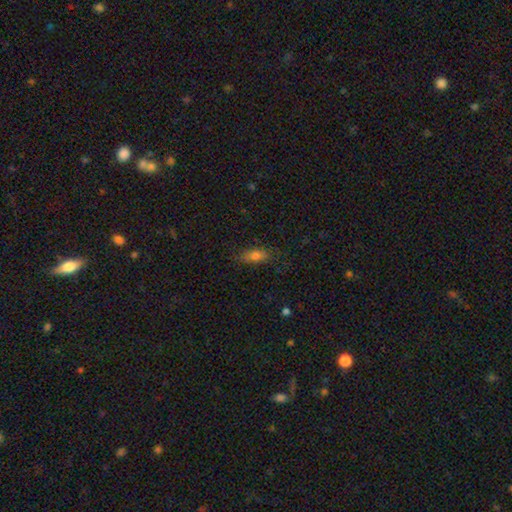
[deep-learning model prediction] Q: Smooth or featured?
A: smooth (74%); runner-up: featured or disk (16%)
Q: How rounded?
A: in between (70%); runner-up: cigar-shaped (26%)
Q: Merging?
A: none (79%); runner-up: minor disturbance (16%)